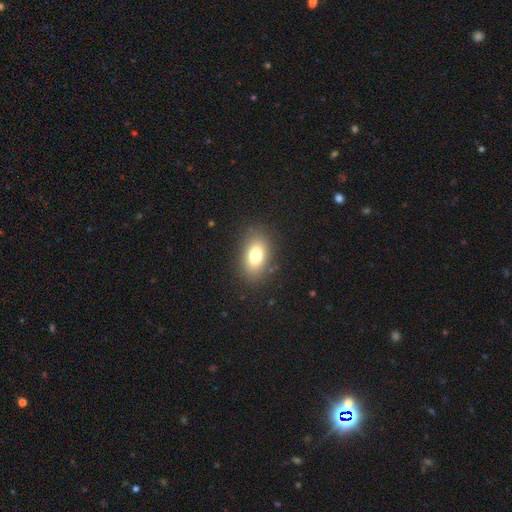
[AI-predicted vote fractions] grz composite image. It shows a smooth galaxy with no disk features (78%) that is in between round and cigar-shaped (87%). Merging: none (85%).